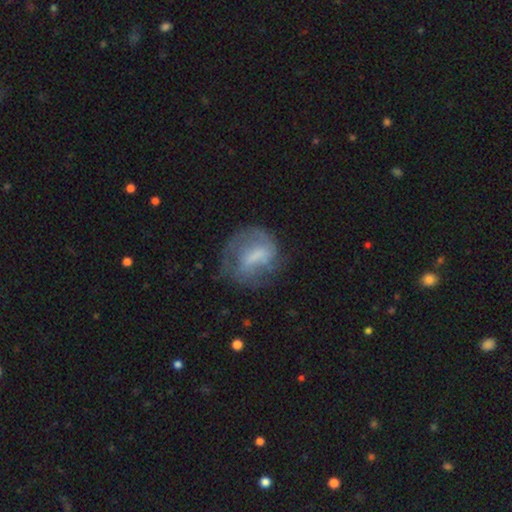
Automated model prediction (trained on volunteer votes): Smooth or featured?
  - featured or disk: 55% *
  - smooth: 35%
  - star or artifact: 10%
Edge-on disk?
  - no: 96% *
  - yes: 4%
Bar?
  - weak: 45% *
  - no: 29%
  - strong: 26%
Spiral arms?
  - yes: 66% *
  - no: 34%
Bulge size?
  - none: 37% *
  - small: 26%
  - moderate: 26%
  - large: 10%
  - dominant: 2%
Merging?
  - none: 53% *
  - minor disturbance: 23%
  - major disturbance: 21%
  - merger: 2%